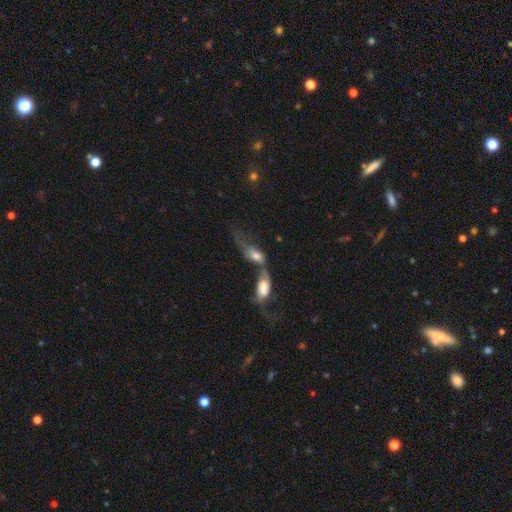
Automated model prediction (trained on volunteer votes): smooth_or_featured: smooth (p=0.50) [alt: featured or disk p=0.40]
how_rounded: in between (p=0.81) [alt: cigar-shaped p=0.13]
merging: merger (p=0.77) [alt: major disturbance p=0.11]